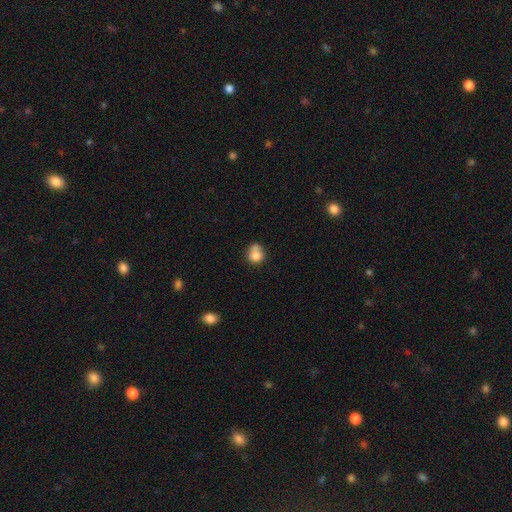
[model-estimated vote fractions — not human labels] This is likely a smooth galaxy (78%). How rounded: likely round (75%). Merging: marginally none (42%).